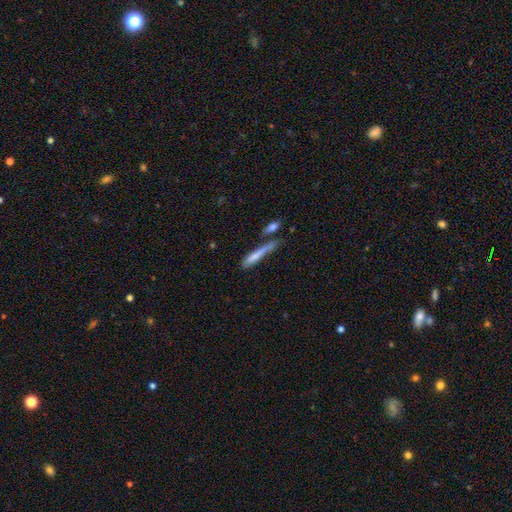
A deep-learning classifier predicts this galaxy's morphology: smooth 68%, featured or disk 24%, star or artifact 7%. Down the decision tree: how rounded — cigar-shaped (86%); merging — none (46%).